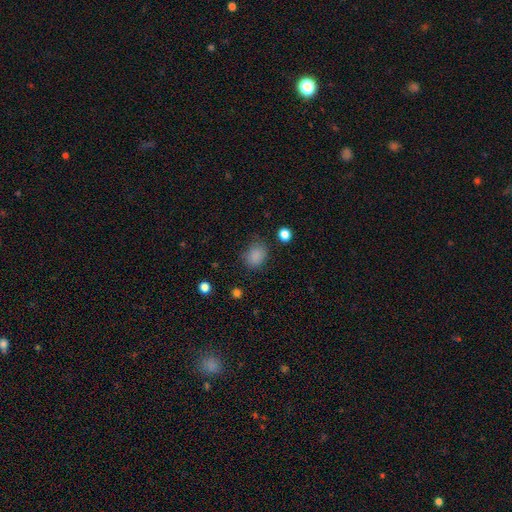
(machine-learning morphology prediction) A smooth galaxy with no disk features (85%) that is round (52%).

Vote fractions:
- Smooth or featured? smooth: 85% / star or artifact: 11% / featured or disk: 4%
- How rounded? round: 52% / in between: 47% / cigar-shaped: 1%
- Merging? none: 73% / minor disturbance: 19% / major disturbance: 6% / merger: 2%